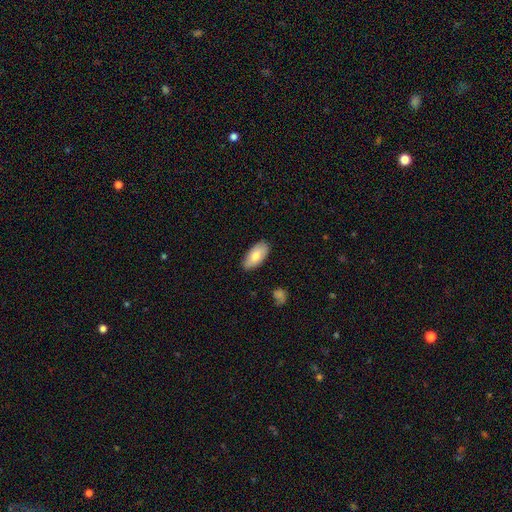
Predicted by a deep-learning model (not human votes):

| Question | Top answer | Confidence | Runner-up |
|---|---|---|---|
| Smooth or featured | smooth | 75% | featured or disk (19%) |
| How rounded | in between | 94% | cigar-shaped (4%) |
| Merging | none | 86% | minor disturbance (10%) |